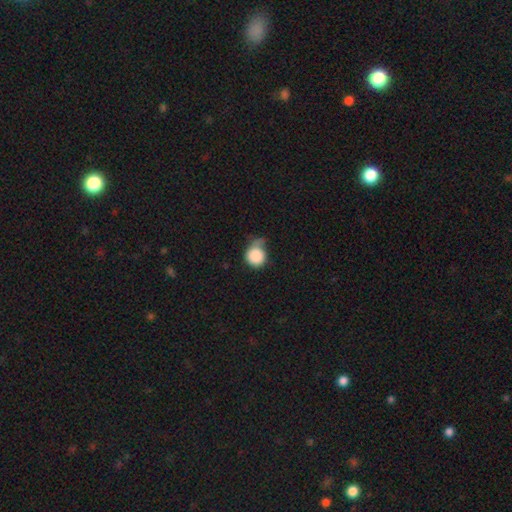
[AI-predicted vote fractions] Smooth or featured?
  - smooth: 86% *
  - star or artifact: 7%
  - featured or disk: 6%
How rounded?
  - round: 85% *
  - in between: 14%
  - cigar-shaped: 1%
Merging?
  - minor disturbance: 40% *
  - none: 32%
  - major disturbance: 20%
  - merger: 7%